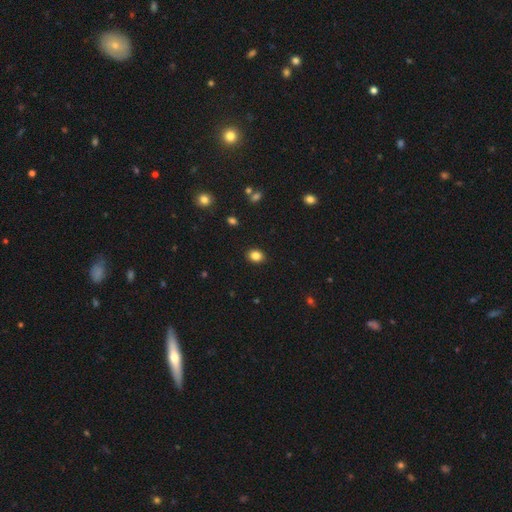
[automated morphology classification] smooth 85%, star or artifact 10%, featured or disk 5%. Down the decision tree: how rounded — in between (58%); merging — none (89%).